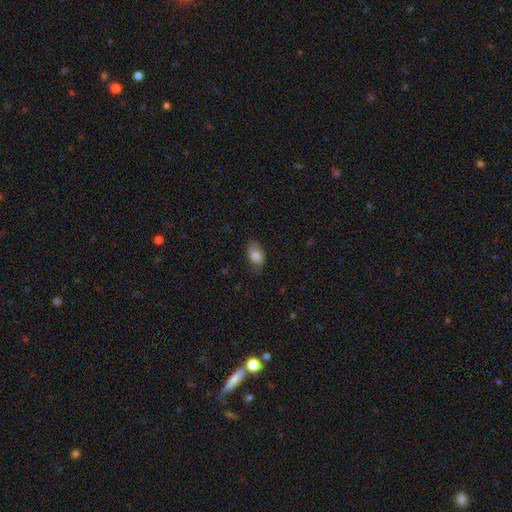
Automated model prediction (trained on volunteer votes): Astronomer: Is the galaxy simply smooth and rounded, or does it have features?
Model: smooth — 69%.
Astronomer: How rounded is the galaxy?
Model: in between — 88%.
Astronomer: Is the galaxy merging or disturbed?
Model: none — 73%.